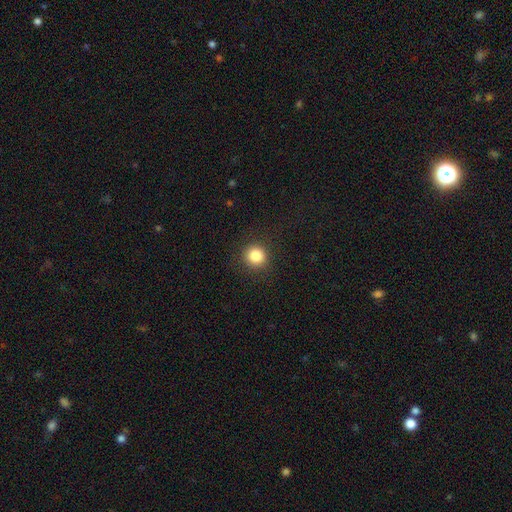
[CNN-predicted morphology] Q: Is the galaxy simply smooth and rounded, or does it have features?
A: smooth — 84%.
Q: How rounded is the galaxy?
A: round — 93%.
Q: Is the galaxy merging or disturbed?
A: none — 91%.